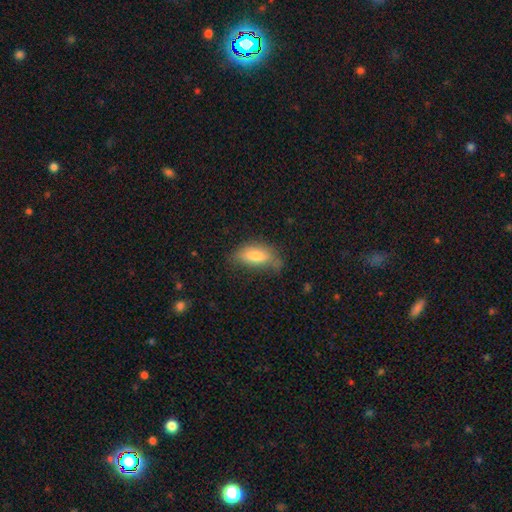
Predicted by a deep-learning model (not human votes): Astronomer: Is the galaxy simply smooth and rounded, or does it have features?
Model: smooth — 76%.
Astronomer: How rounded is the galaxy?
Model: in between — 82%.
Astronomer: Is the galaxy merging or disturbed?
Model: none — 55% (runner-up: minor disturbance, 32%).